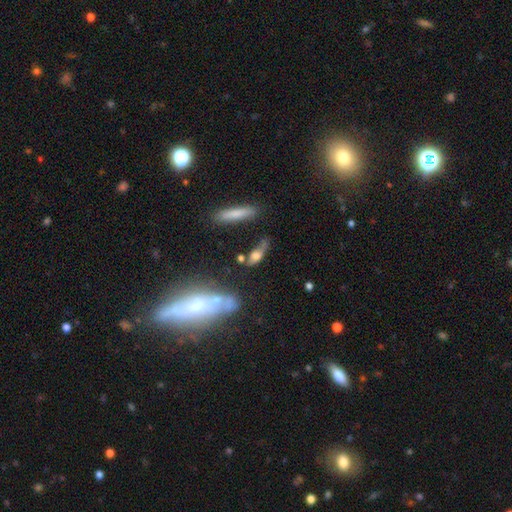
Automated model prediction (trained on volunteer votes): Morphology: type=smooth (60%); roundness=in between (55%); merging=none (40%).